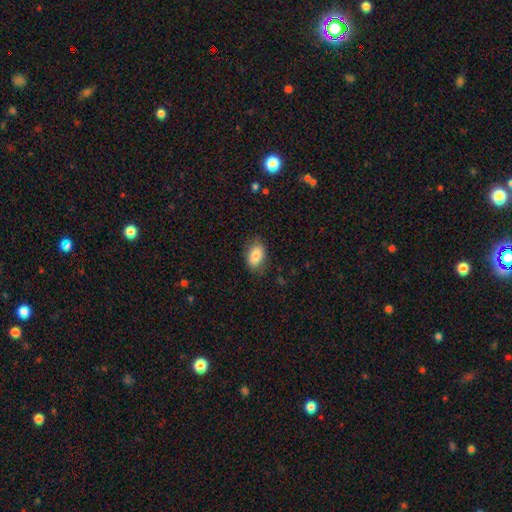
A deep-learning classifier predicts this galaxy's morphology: smooth-or-featured: smooth: 82% | featured or disk: 11% | star or artifact: 7%
  how-rounded: in between: 88% | round: 11% | cigar-shaped: 2%
  merging: none: 77% | minor disturbance: 17% | major disturbance: 5% | merger: 1%